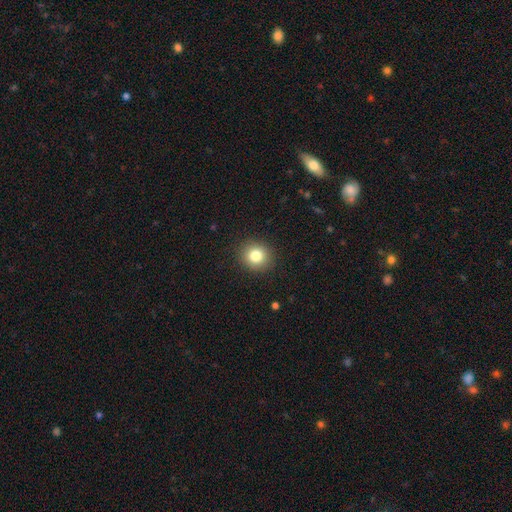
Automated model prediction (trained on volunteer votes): A smooth galaxy with no disk features (81%) that is round (87%).

Vote fractions:
- Smooth or featured? smooth: 81% / star or artifact: 11% / featured or disk: 8%
- How rounded? round: 87% / in between: 12% / cigar-shaped: 1%
- Merging? none: 91% / minor disturbance: 6% / major disturbance: 2% / merger: 1%